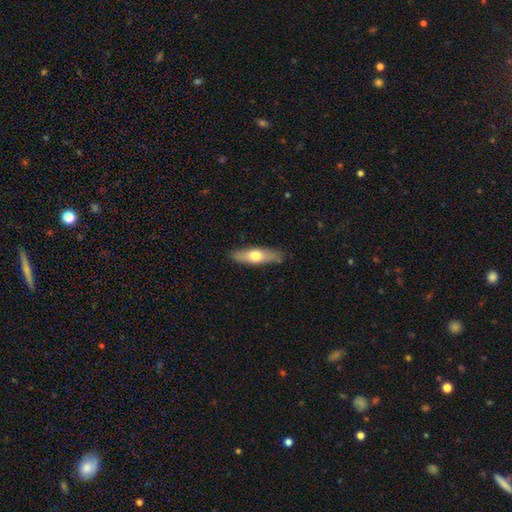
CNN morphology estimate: Smooth or featured? Predicted: smooth (p=0.58). How rounded? Predicted: cigar-shaped (p=0.59). Merging? Predicted: none (p=0.86).